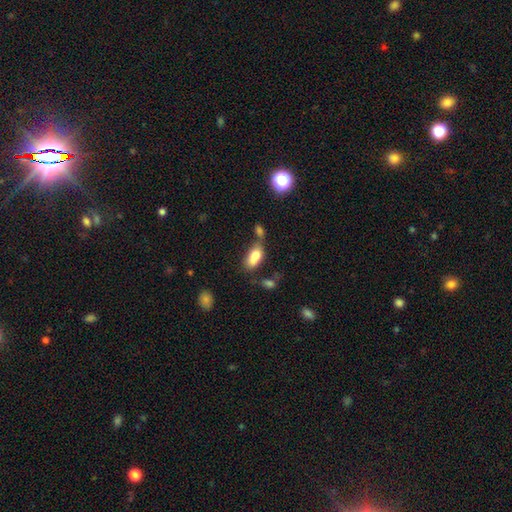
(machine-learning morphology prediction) This is likely a smooth galaxy (80%). How rounded: clearly in between (89%). Merging: possibly none (46%).